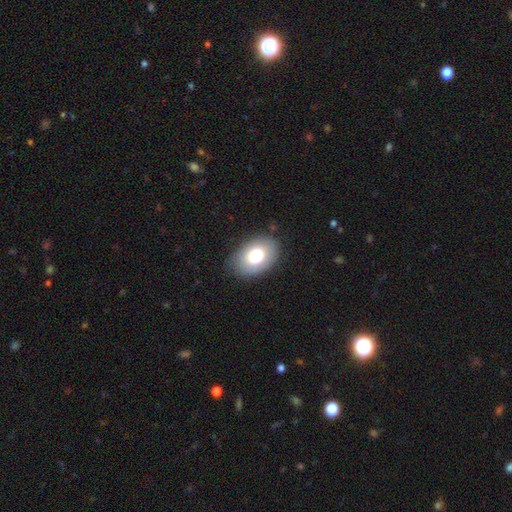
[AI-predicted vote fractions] A smooth galaxy with no disk features (76%) that is in between round and cigar-shaped (85%). Merging: none (81%).